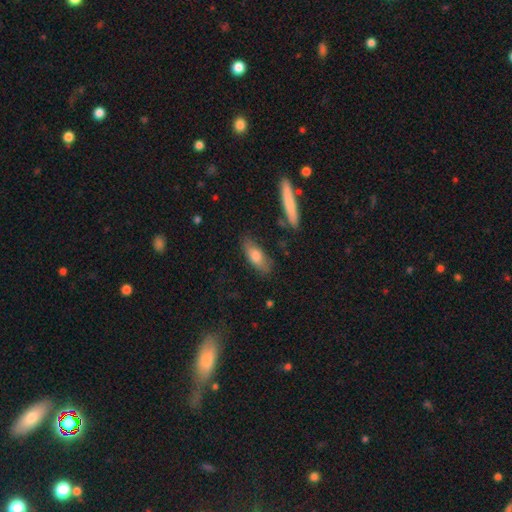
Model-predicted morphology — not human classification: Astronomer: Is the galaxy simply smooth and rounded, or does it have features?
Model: smooth — 73%.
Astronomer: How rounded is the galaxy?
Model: in between — 69%.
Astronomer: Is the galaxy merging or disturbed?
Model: none — 77%.